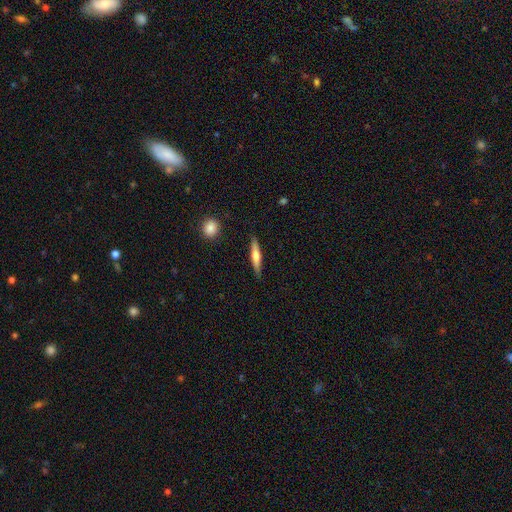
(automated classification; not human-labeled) Smooth or featured? Predicted: smooth (p=0.47, tied with featured or disk). Merging? Predicted: none (p=0.87).